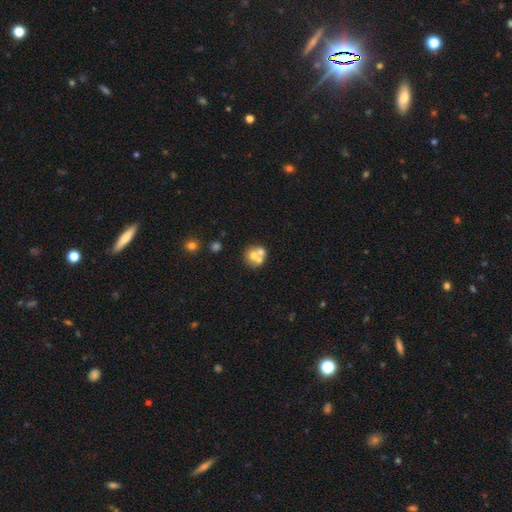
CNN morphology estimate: The model was most divided on "merging": merger: 51%, none: 37%, minor disturbance: 7%, major disturbance: 4%. More confident: how rounded — round (80%); smooth or featured — smooth (54%).